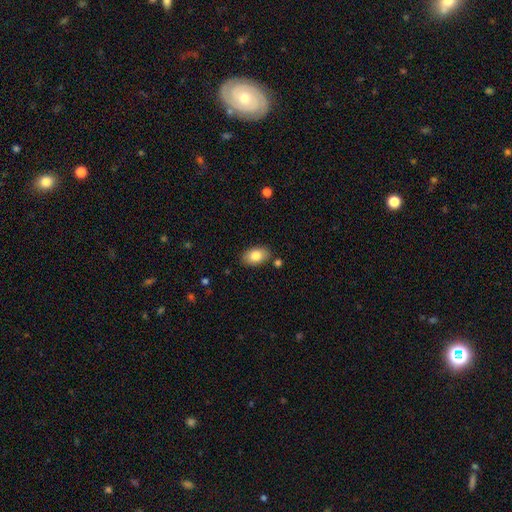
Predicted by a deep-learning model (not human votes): Overall: smooth (83%). How rounded: in between (91%). Merging: none (84%).